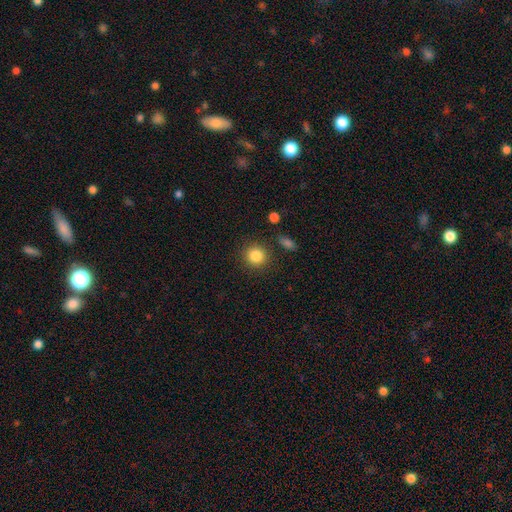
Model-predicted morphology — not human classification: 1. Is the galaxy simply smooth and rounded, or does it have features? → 85% smooth, 10% star or artifact, 5% featured or disk.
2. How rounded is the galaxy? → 90% round, 9% in between, 1% cigar-shaped.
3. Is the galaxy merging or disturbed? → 87% none, 7% minor disturbance, 3% merger, 3% major disturbance.